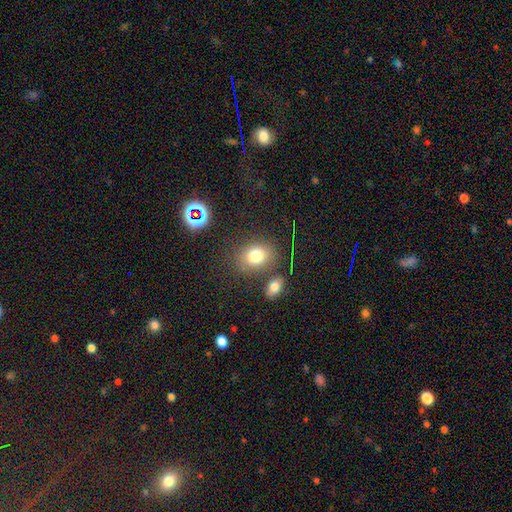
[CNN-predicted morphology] The model was most divided on "how rounded": in between: 54%, round: 44%, cigar-shaped: 1%. More confident: smooth or featured — smooth (77%); merging — none (73%).